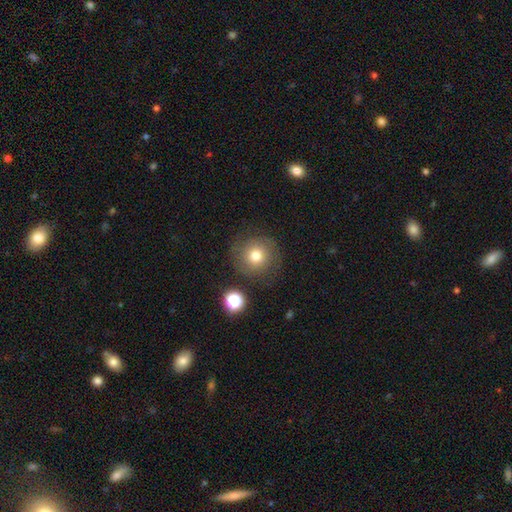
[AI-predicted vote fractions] Overall: smooth (70%). How rounded: round (93%). Merging: none (79%).